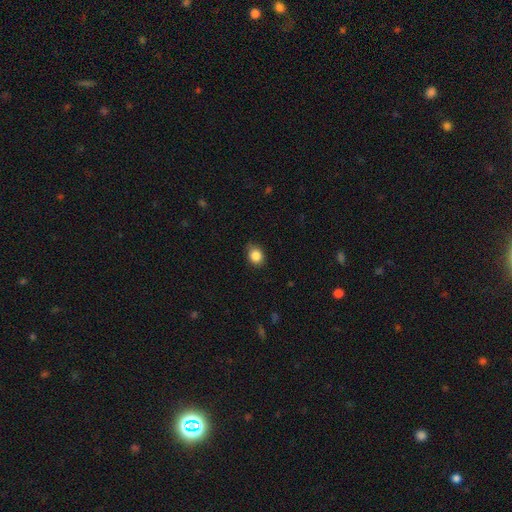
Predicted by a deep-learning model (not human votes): This is clearly a smooth galaxy (86%). How rounded: likely round (61%). Merging: likely none (77%).